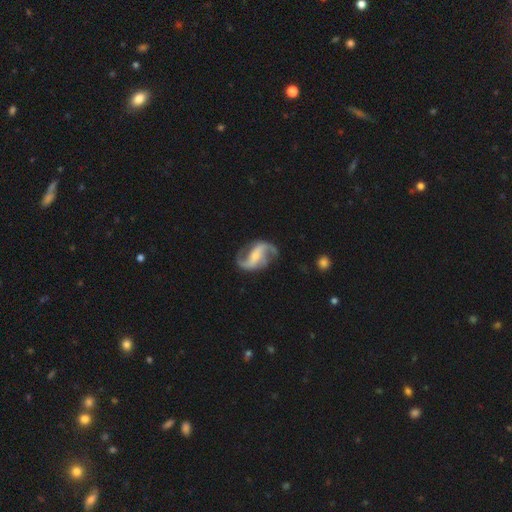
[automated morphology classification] type=featured or disk (90%); edge-on=no (98%); bar=strong (41%); spiral arms=yes (97%); winding=loose (58%); arm count=2 (92%); bulge=small (56%); merging=none (77%).